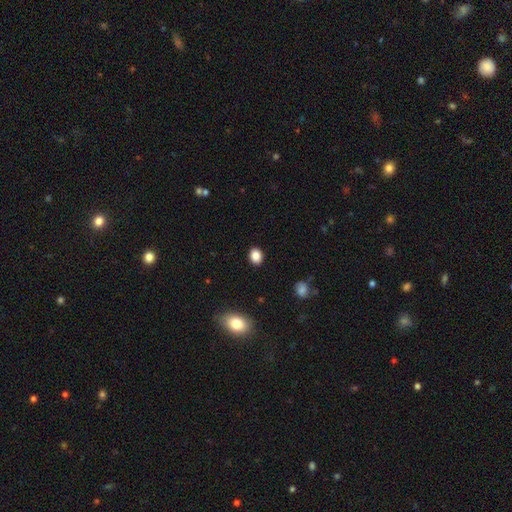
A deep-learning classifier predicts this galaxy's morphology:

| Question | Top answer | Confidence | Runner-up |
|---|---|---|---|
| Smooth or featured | smooth | 87% | star or artifact (10%) |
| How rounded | in between | 54% | round (44%) |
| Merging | none | 89% | minor disturbance (7%) |